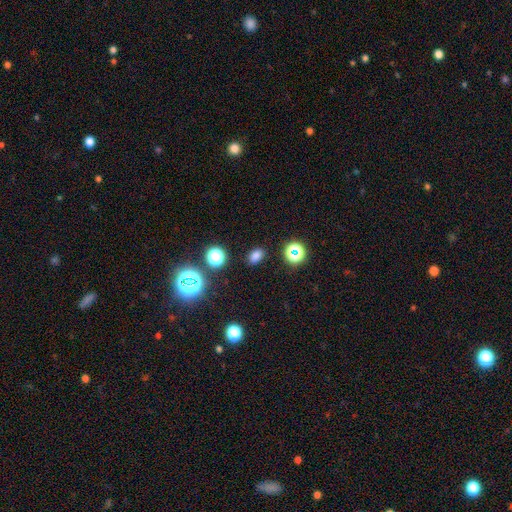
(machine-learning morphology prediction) The model was most divided on "how rounded": in between: 77%, round: 21%, cigar-shaped: 2%. More confident: merging — none (87%); smooth or featured — smooth (76%).